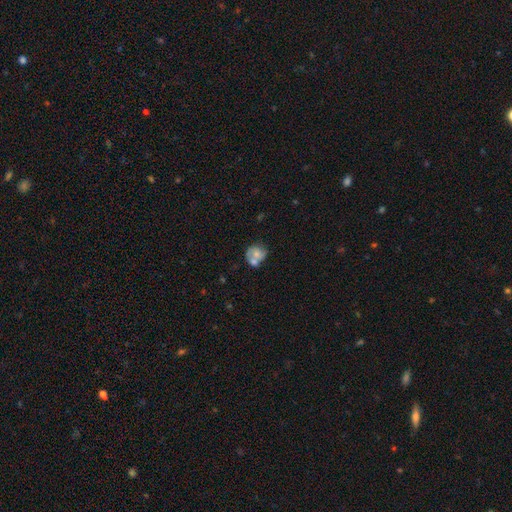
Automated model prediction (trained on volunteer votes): Q: Smooth or featured?
A: smooth (52%); runner-up: featured or disk (40%)
Q: How rounded?
A: round (68%); runner-up: in between (31%)
Q: Merging?
A: merger (41%); runner-up: none (35%)